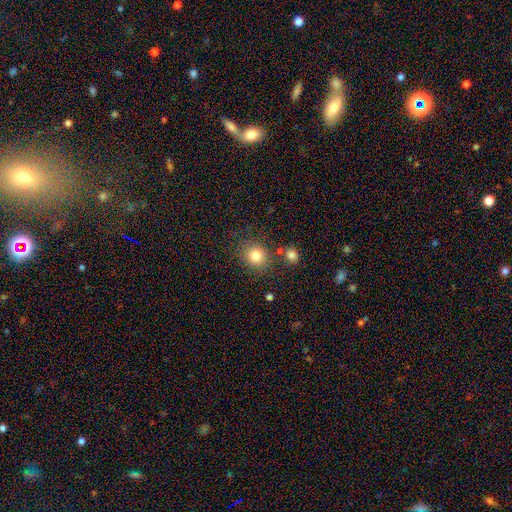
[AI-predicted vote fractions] The model was most divided on "how rounded": round: 81%, in between: 18%, cigar-shaped: 1%. More confident: smooth or featured — smooth (81%); merging — none (76%).